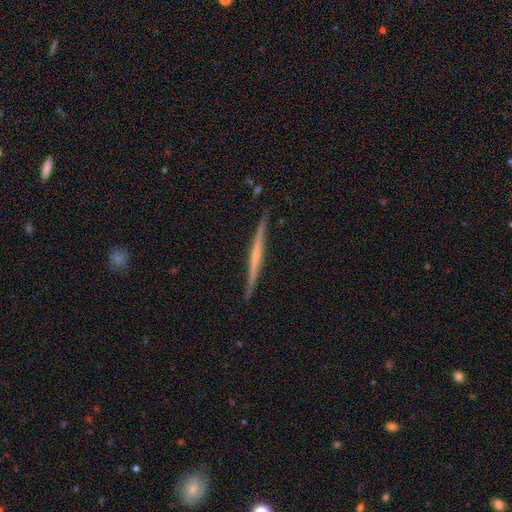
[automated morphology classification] smooth-or-featured: featured or disk: 67% | smooth: 28% | star or artifact: 5%
  disk-edge-on: yes: 98% | no: 2%
    edge-on-bulge: none: 72% | rounded: 20% | boxy: 8%
  merging: none: 89% | minor disturbance: 8% | major disturbance: 1% | merger: 1%